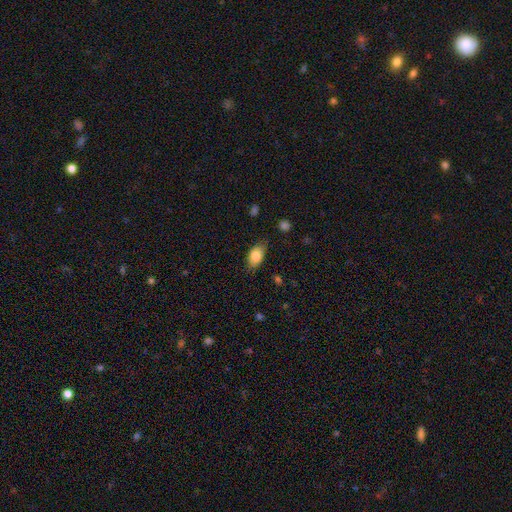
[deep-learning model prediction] Smooth or featured?
  - smooth: 84% *
  - featured or disk: 9%
  - star or artifact: 7%
How rounded?
  - in between: 90% *
  - round: 8%
  - cigar-shaped: 3%
Merging?
  - none: 77% *
  - minor disturbance: 19%
  - major disturbance: 4%
  - merger: 1%